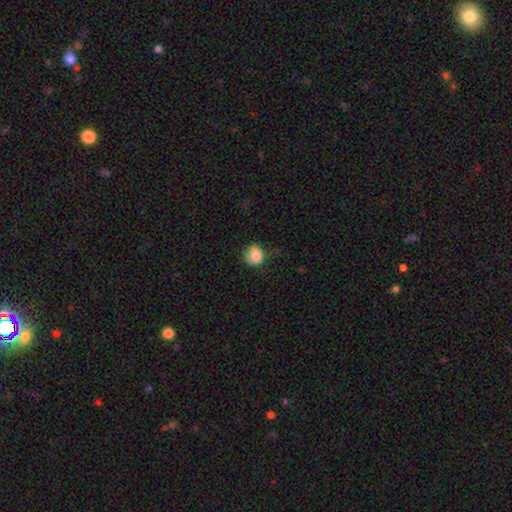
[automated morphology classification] Q: Smooth or featured?
A: smooth (81%); runner-up: featured or disk (10%)
Q: How rounded?
A: round (75%); runner-up: in between (24%)
Q: Merging?
A: none (47%); runner-up: minor disturbance (35%)